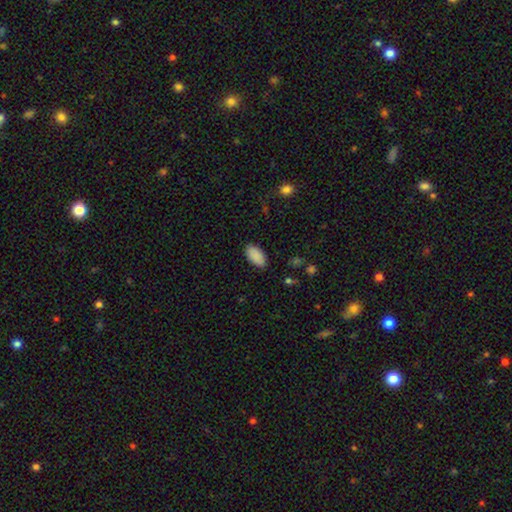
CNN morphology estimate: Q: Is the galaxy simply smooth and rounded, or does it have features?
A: smooth — 90%.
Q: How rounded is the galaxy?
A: in between — 95%.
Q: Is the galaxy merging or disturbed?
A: none — 88%.